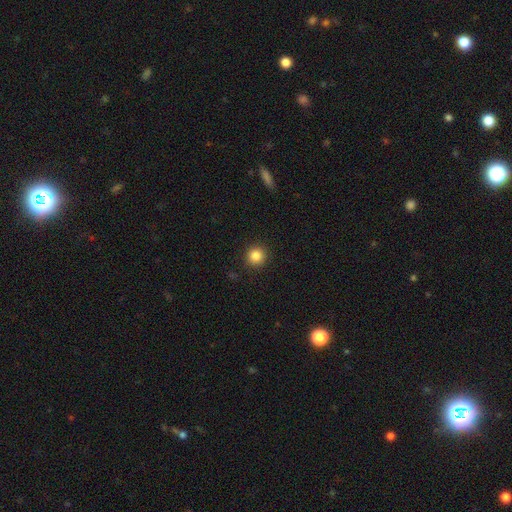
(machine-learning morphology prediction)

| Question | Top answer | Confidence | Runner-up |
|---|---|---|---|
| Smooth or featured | smooth | 85% | star or artifact (11%) |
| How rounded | round | 94% | in between (5%) |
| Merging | none | 92% | minor disturbance (5%) |